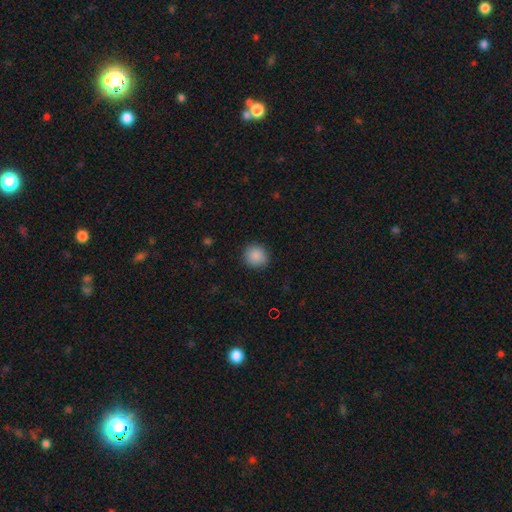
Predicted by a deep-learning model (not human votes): Q: Smooth or featured?
A: smooth (88%); runner-up: star or artifact (9%)
Q: How rounded?
A: round (89%); runner-up: in between (10%)
Q: Merging?
A: none (90%); runner-up: minor disturbance (7%)